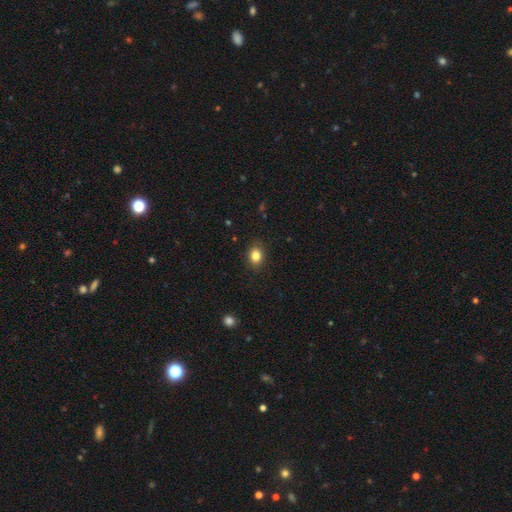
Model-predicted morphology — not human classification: type=smooth (84%); roundness=in between (53%); merging=none (88%).